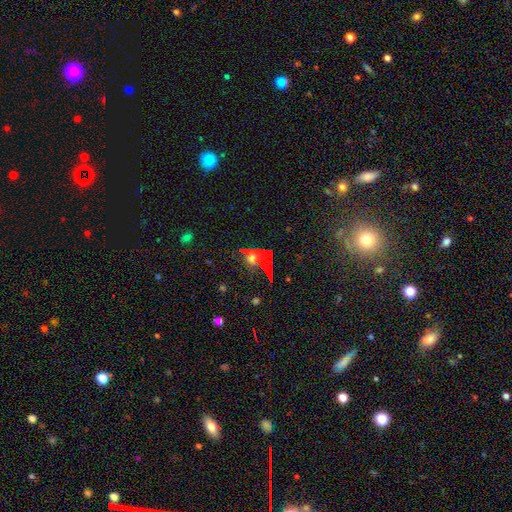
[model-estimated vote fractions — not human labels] Smooth or featured? Predicted: featured or disk (p=0.35). Merging? Predicted: none (p=0.41).